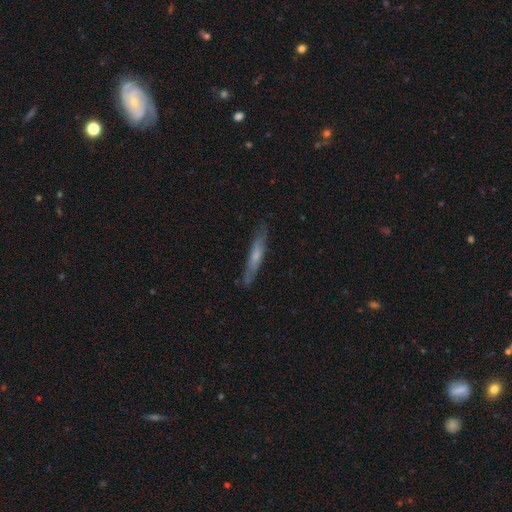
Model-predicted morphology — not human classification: smooth-or-featured: smooth: 50% | featured or disk: 44% | star or artifact: 6%
  merging: none: 82% | minor disturbance: 14% | major disturbance: 3% | merger: 1%